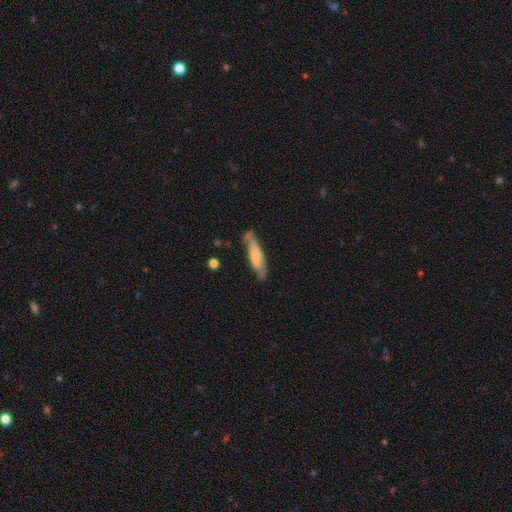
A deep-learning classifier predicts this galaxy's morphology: Smooth or featured? Predicted: smooth (p=0.53). How rounded? Predicted: cigar-shaped (p=0.67). Merging? Predicted: none (p=0.69).